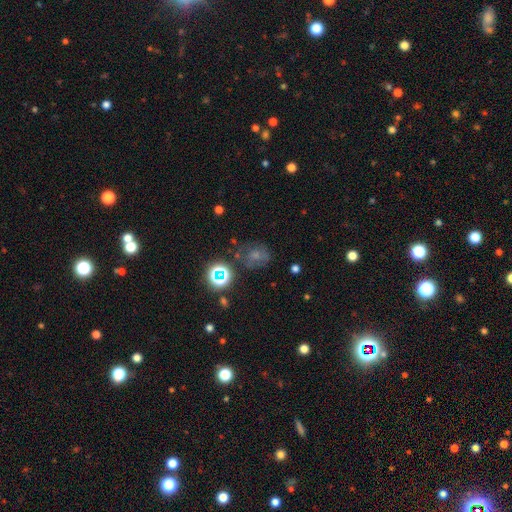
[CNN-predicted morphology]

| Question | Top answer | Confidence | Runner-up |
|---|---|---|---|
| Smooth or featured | smooth | 49% | star or artifact (30%) |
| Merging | none | 59% | minor disturbance (23%) |